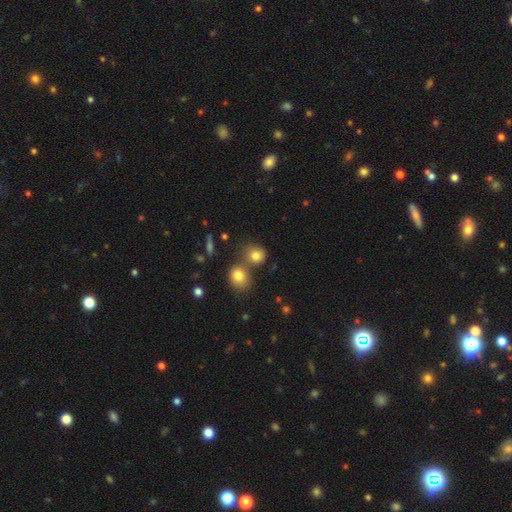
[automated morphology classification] This appears to be a smooth galaxy with no disk features (79%) that is round (76%). Merging: none (52%).